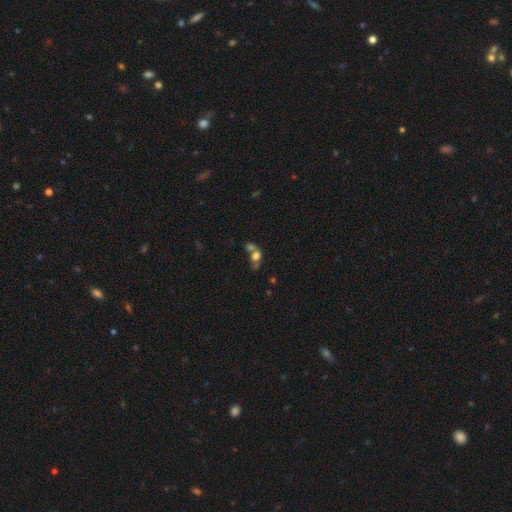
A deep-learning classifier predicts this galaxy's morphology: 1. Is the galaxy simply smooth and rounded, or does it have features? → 65% smooth, 20% featured or disk, 15% star or artifact.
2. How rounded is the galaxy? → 52% in between, 44% round, 4% cigar-shaped.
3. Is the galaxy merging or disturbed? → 55% merger, 26% none, 10% minor disturbance, 9% major disturbance.